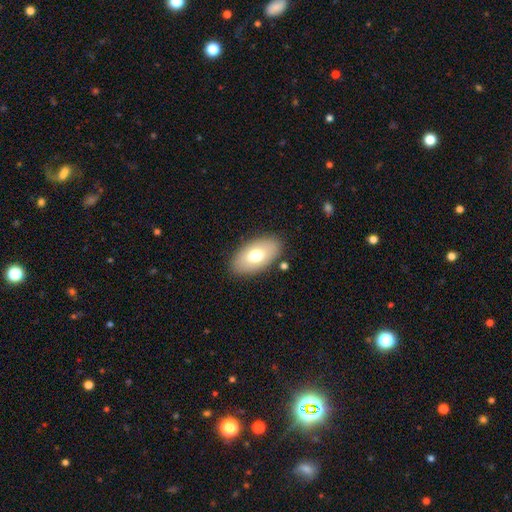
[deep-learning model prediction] Smooth or featured? Predicted: smooth (p=0.70). How rounded? Predicted: in between (p=0.94). Merging? Predicted: none (p=0.85).